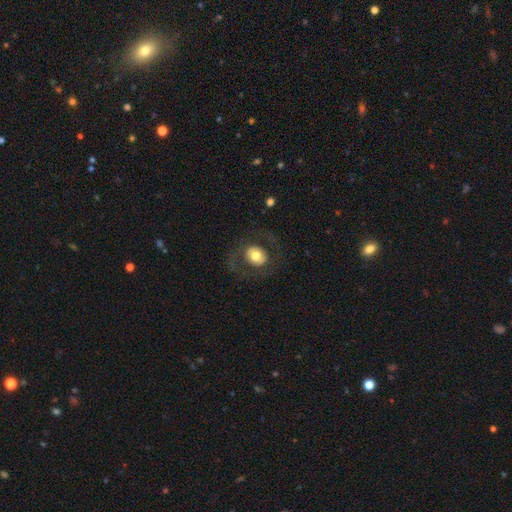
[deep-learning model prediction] Morphology: type=smooth (57%); roundness=round (68%); merging=none (74%).